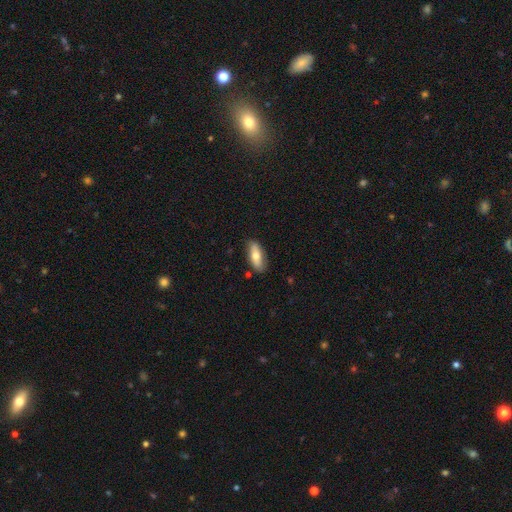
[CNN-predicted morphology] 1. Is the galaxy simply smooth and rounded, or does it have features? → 69% smooth, 25% featured or disk, 6% star or artifact.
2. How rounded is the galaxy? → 77% in between, 21% cigar-shaped, 3% round.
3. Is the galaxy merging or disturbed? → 81% none, 14% minor disturbance, 3% major disturbance, 2% merger.